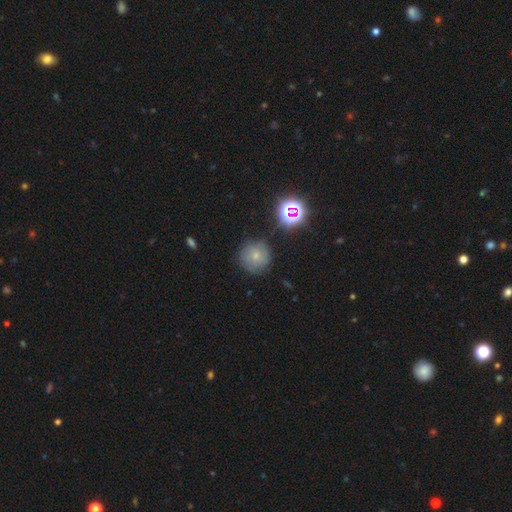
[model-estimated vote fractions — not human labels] A smooth galaxy with no disk features (65%) that is round (94%). Merging: none (78%).